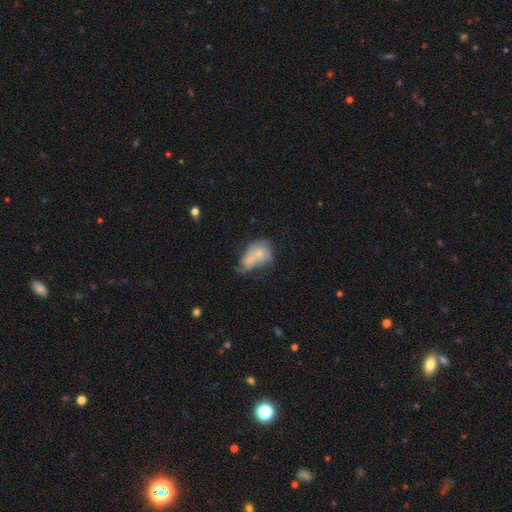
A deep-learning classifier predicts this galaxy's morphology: Smooth or featured? smooth (48%)
Merging? merger (34%)